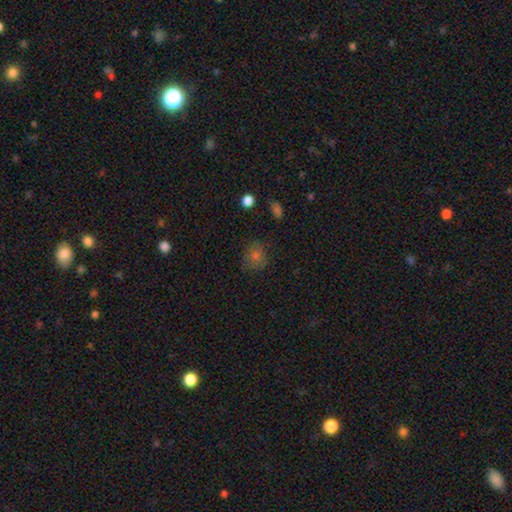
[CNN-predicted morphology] A smooth galaxy with no disk features (67%) that is round (85%). Merging: none (80%).